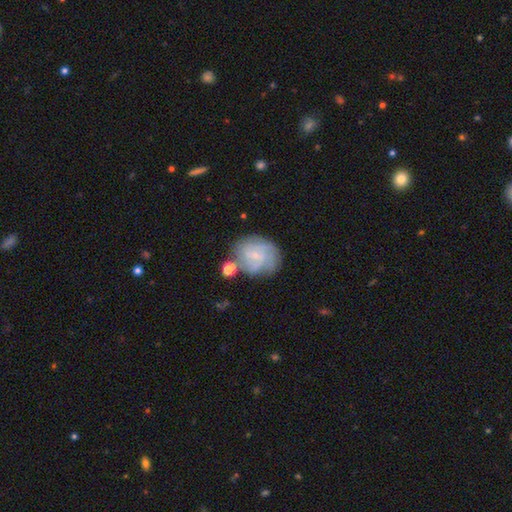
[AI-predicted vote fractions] A featured or disk galaxy (60%) with no bar (63%), spiral arms (81%) and a small central bulge (81%).

Vote fractions:
- Smooth or featured? featured or disk: 60% / smooth: 31% / star or artifact: 9%
- Edge-on disk? no: 97% / yes: 3%
- Bar? no: 63% / weak: 32% / strong: 5%
- Spiral arms? yes: 81% / no: 19%
- Bulge size? small: 81% / moderate: 11% / none: 7% / large: 1% / dominant: 1%
- Merging? none: 61% / minor disturbance: 21% / major disturbance: 9% / merger: 9%